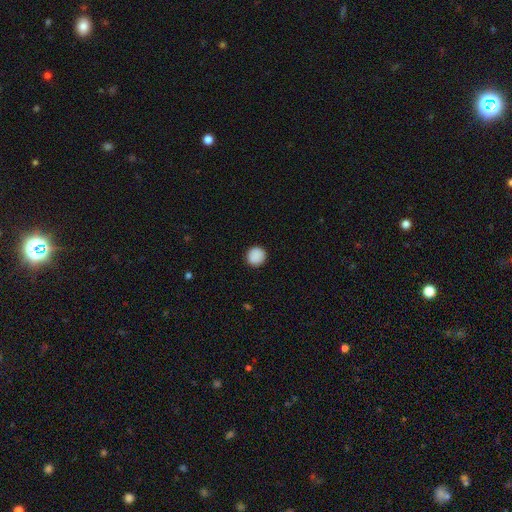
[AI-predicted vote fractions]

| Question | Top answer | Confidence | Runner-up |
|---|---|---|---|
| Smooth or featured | smooth | 89% | star or artifact (8%) |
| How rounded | round | 94% | in between (5%) |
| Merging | none | 92% | minor disturbance (5%) |